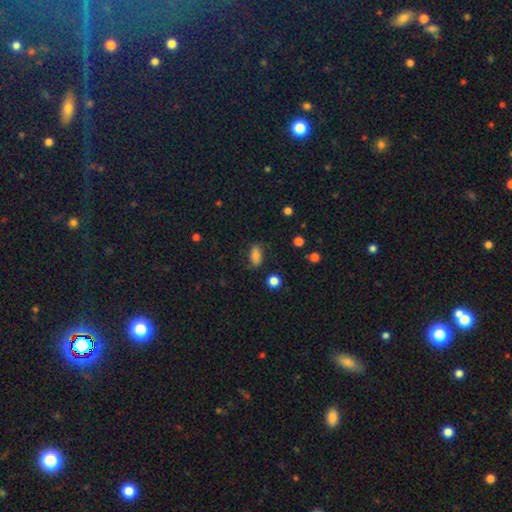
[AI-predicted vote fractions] This appears to be a smooth galaxy with no disk features (78%) that is in between round and cigar-shaped (86%). Merging: none (72%).